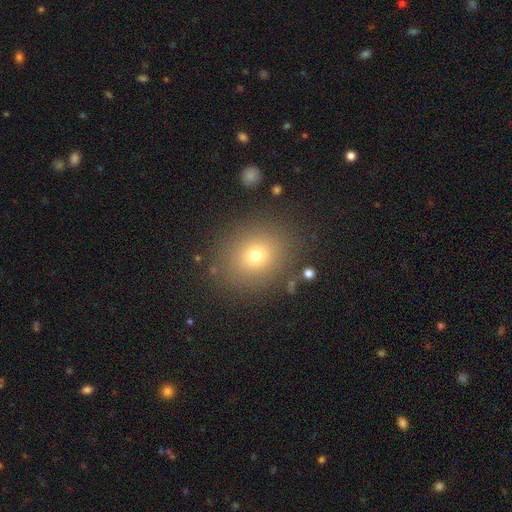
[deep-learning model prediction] smooth 72%, star or artifact 17%, featured or disk 12%. Down the decision tree: how rounded — round (67%); merging — none (85%).